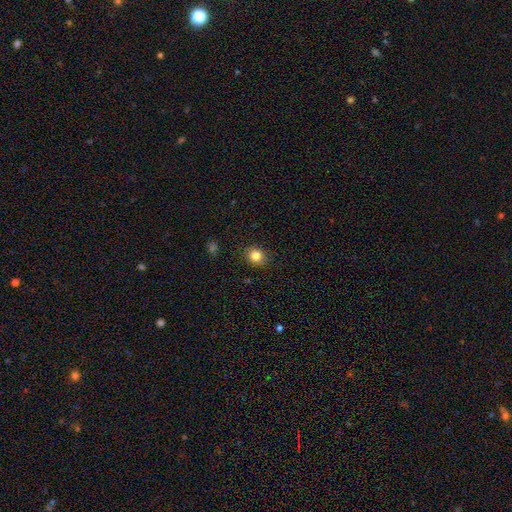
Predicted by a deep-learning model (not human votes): Q: Smooth or featured?
A: smooth (83%); runner-up: star or artifact (11%)
Q: How rounded?
A: round (77%); runner-up: in between (22%)
Q: Merging?
A: none (88%); runner-up: minor disturbance (8%)